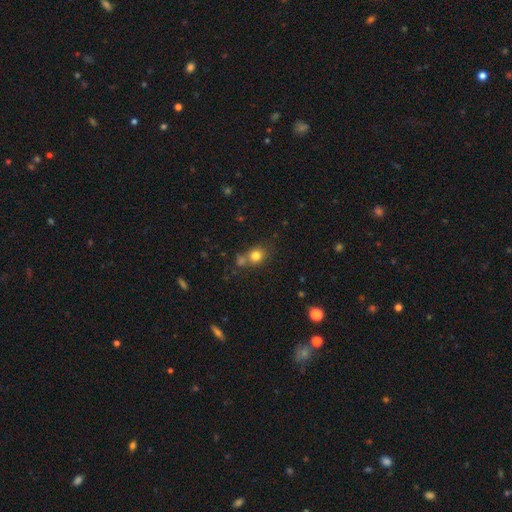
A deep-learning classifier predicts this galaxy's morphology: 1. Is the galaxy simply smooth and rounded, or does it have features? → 79% smooth, 12% star or artifact, 8% featured or disk.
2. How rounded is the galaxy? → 71% round, 28% in between, 1% cigar-shaped.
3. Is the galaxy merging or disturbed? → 58% none, 25% merger, 12% minor disturbance, 5% major disturbance.